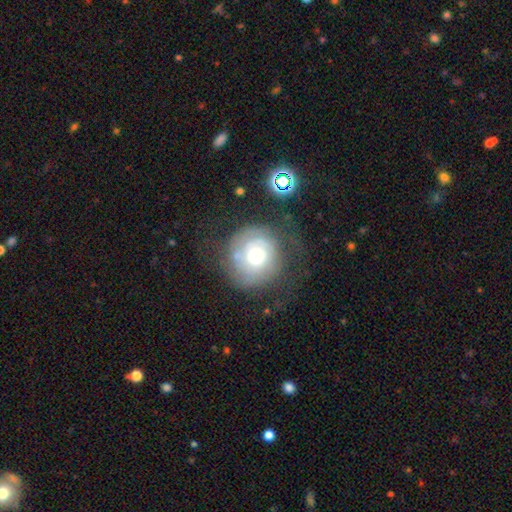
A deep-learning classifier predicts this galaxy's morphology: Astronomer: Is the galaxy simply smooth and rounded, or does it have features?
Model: featured or disk — 51% (runner-up: smooth, 39%).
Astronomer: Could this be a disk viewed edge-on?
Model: no — 97%.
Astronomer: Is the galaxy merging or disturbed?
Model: none — 55%.